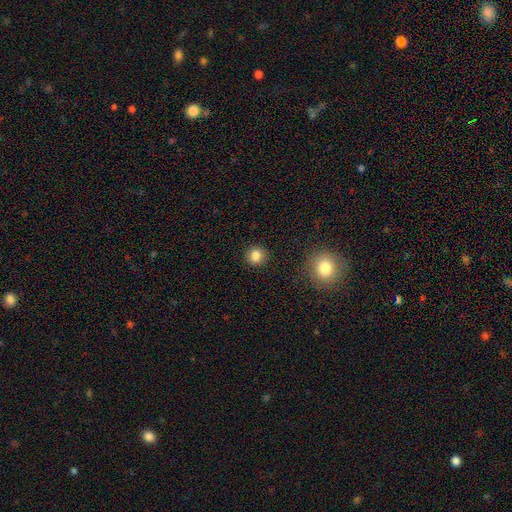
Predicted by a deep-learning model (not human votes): smooth-or-featured: smooth: 83% | star or artifact: 11% | featured or disk: 5%
  how-rounded: round: 90% | in between: 9% | cigar-shaped: 1%
  merging: none: 91% | minor disturbance: 5% | major disturbance: 2% | merger: 1%